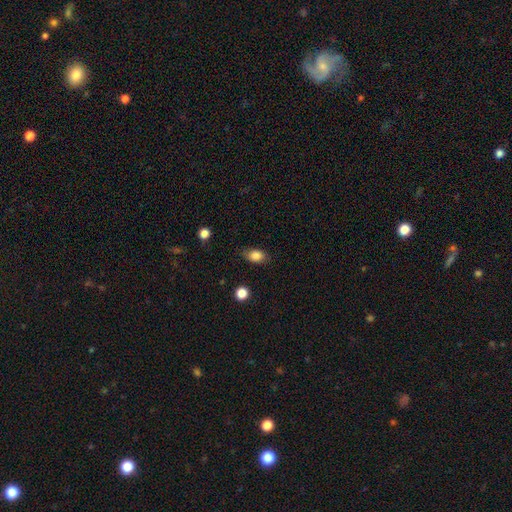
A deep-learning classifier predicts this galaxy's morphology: Smooth or featured? Predicted: smooth (p=0.84). How rounded? Predicted: in between (p=0.82). Merging? Predicted: none (p=0.76).